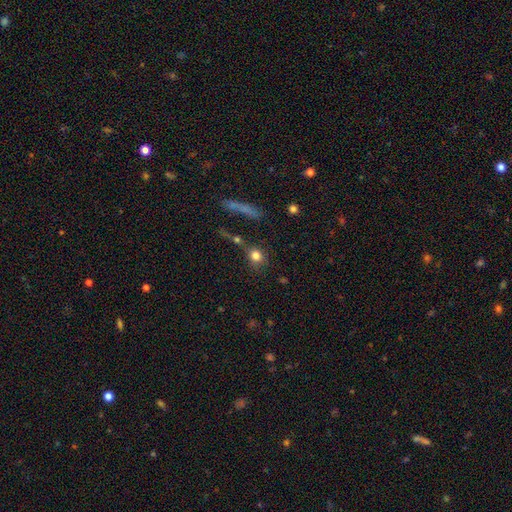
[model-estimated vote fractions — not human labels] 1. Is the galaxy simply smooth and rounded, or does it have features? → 79% smooth, 12% star or artifact, 9% featured or disk.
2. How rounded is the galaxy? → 77% round, 20% in between, 3% cigar-shaped.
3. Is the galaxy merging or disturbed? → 63% none, 17% merger, 13% minor disturbance, 7% major disturbance.